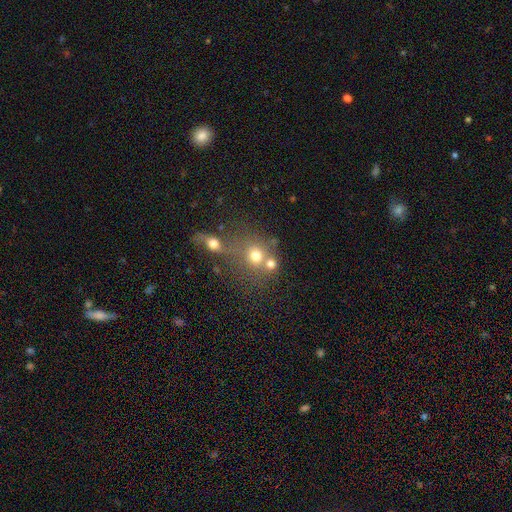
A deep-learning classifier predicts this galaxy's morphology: This is likely a smooth galaxy (70%). How rounded: clearly round (81%). Merging: possibly none (45%).